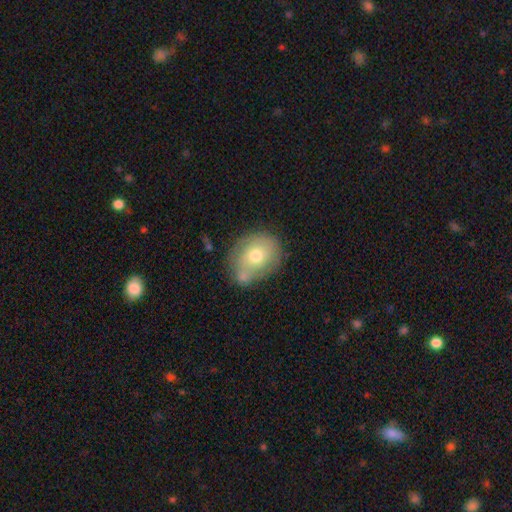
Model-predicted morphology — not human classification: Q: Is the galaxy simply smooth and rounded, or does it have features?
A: smooth — 67%.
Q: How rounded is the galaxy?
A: round — 59%.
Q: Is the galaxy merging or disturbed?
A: none — 54%.